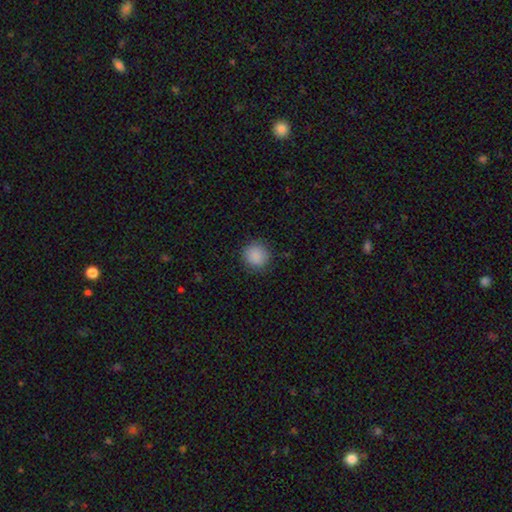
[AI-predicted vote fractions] smooth 88%, star or artifact 9%, featured or disk 3%. Down the decision tree: how rounded — round (91%); merging — none (88%).